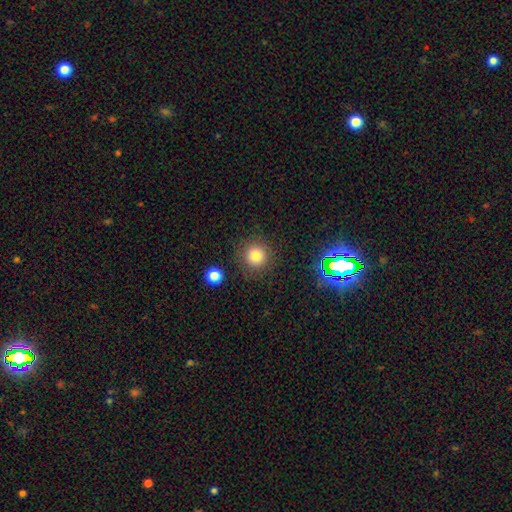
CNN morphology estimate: Q: Smooth or featured?
A: smooth (79%); runner-up: star or artifact (14%)
Q: How rounded?
A: round (95%); runner-up: in between (4%)
Q: Merging?
A: none (88%); runner-up: minor disturbance (7%)